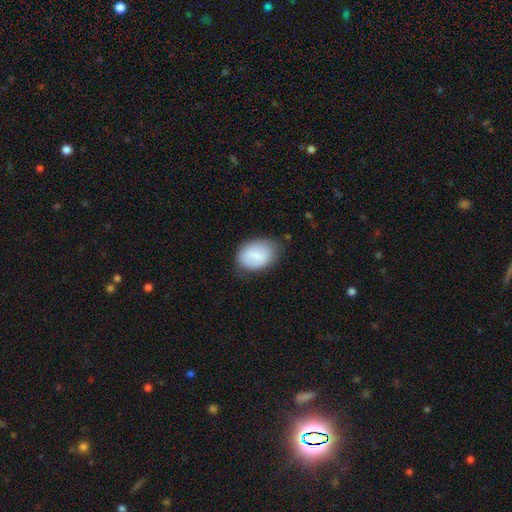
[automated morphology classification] Smooth or featured? smooth (77%)
How rounded? in between (83%)
Merging? none (72%)